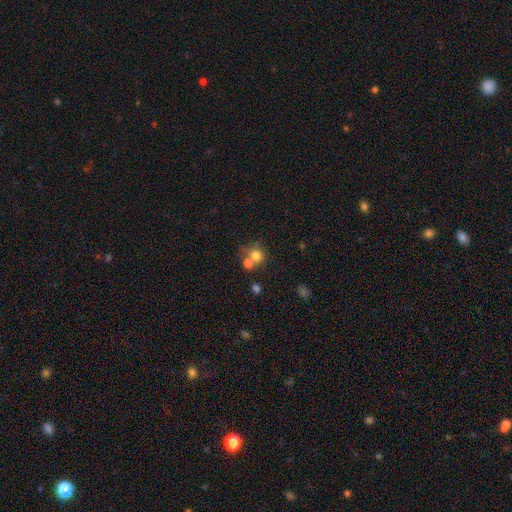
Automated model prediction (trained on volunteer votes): The model was most divided on "merging": merger: 43%, none: 42%, minor disturbance: 10%, major disturbance: 6%. More confident: how rounded — round (77%); smooth or featured — smooth (73%).